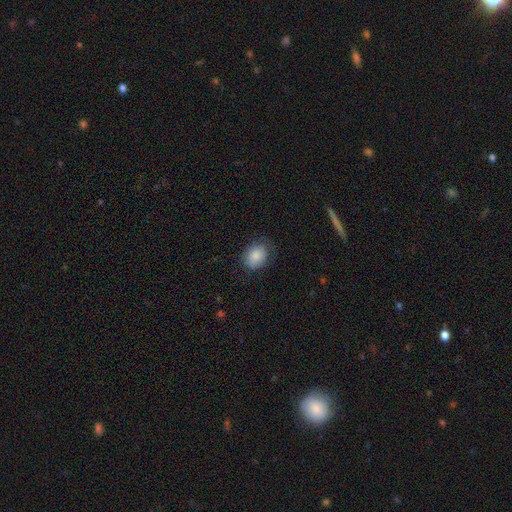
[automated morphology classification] Smooth or featured?
  - smooth: 85% *
  - featured or disk: 7%
  - star or artifact: 7%
How rounded?
  - in between: 50% *
  - round: 49%
  - cigar-shaped: 1%
Merging?
  - none: 74% *
  - minor disturbance: 20%
  - major disturbance: 5%
  - merger: 1%